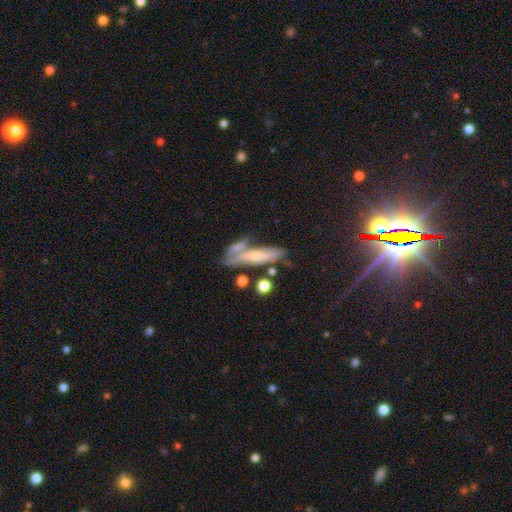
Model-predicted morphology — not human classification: Q: Smooth or featured?
A: featured or disk (46%); runner-up: smooth (41%)
Q: Merging?
A: none (43%); runner-up: merger (29%)